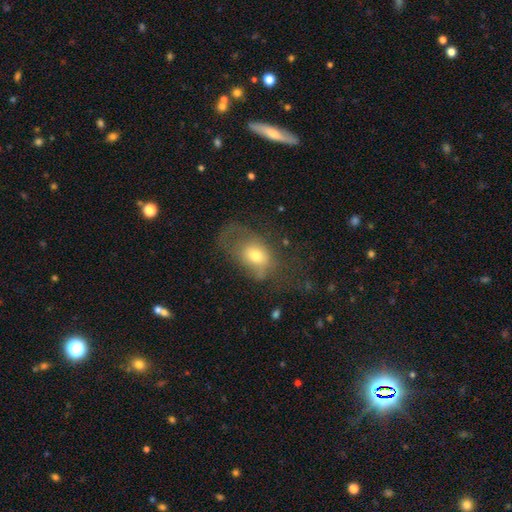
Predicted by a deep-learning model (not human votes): This is likely a smooth galaxy (61%). How rounded: likely in between (73%). Merging: possibly major disturbance (48%).